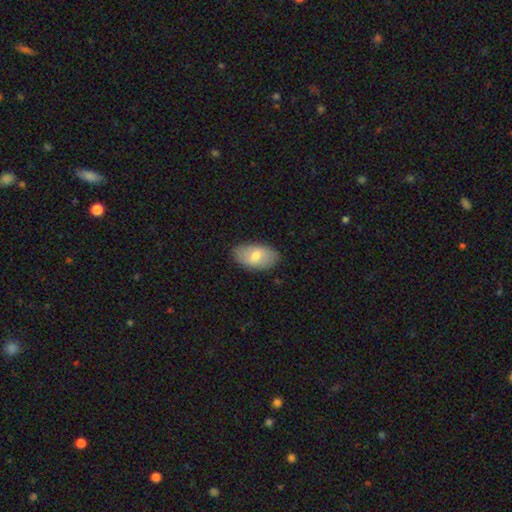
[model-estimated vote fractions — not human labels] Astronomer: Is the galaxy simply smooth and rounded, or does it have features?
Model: smooth — 67%.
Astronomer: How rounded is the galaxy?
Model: in between — 94%.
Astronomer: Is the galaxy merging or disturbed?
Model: none — 84%.